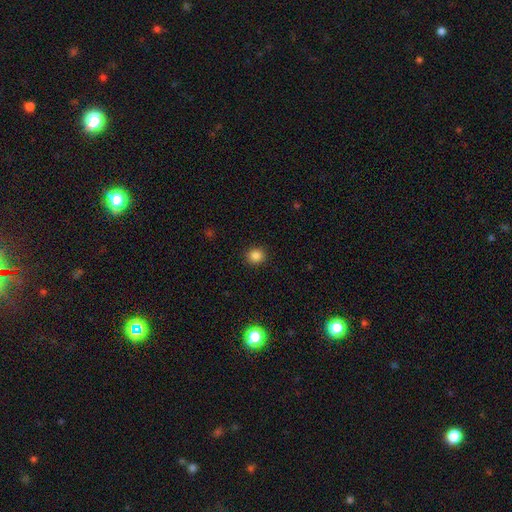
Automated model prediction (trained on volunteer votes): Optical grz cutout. It shows a smooth galaxy with no disk features (85%) that is round (88%). Merging: none (91%).